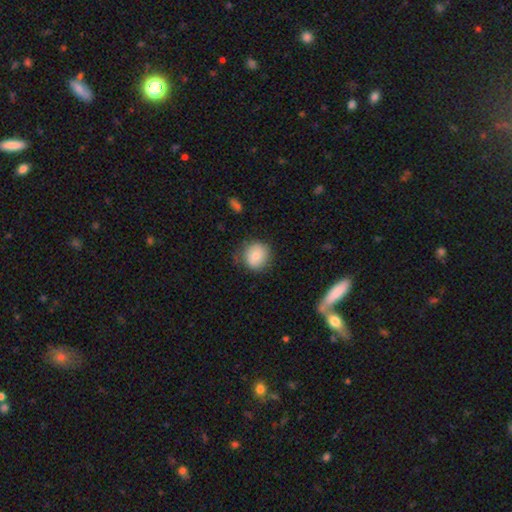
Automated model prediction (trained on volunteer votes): Smooth or featured?
  - smooth: 80% *
  - featured or disk: 12%
  - star or artifact: 8%
How rounded?
  - round: 87% *
  - in between: 12%
  - cigar-shaped: 1%
Merging?
  - none: 76% *
  - minor disturbance: 17%
  - major disturbance: 5%
  - merger: 2%